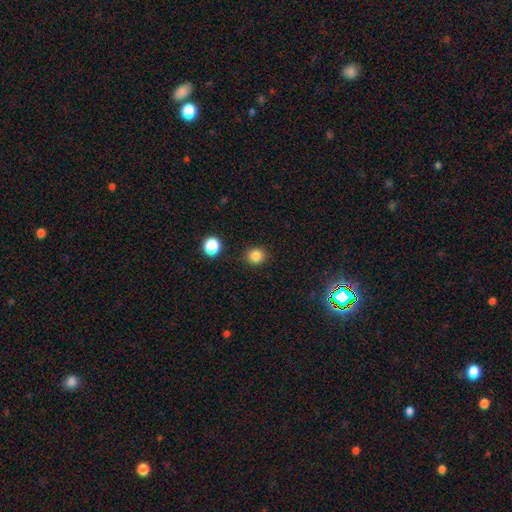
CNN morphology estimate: A smooth galaxy with no disk features (84%) that is round (88%).

Vote fractions:
- Smooth or featured? smooth: 84% / star or artifact: 12% / featured or disk: 4%
- How rounded? round: 88% / in between: 11% / cigar-shaped: 1%
- Merging? none: 90% / minor disturbance: 6% / major disturbance: 2% / merger: 2%